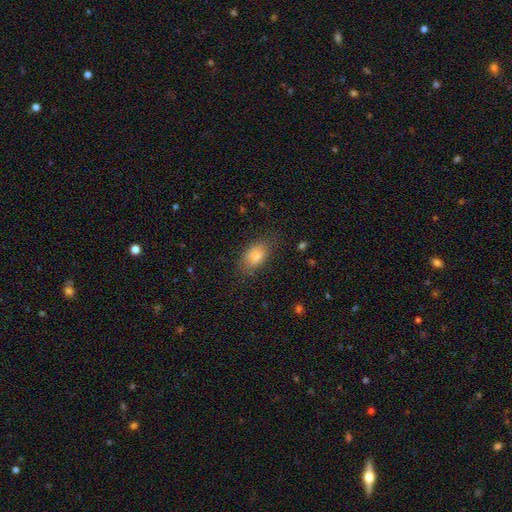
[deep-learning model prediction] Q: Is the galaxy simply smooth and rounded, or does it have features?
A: smooth — 78%.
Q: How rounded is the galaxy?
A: in between — 86%.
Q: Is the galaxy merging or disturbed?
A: none — 75%.